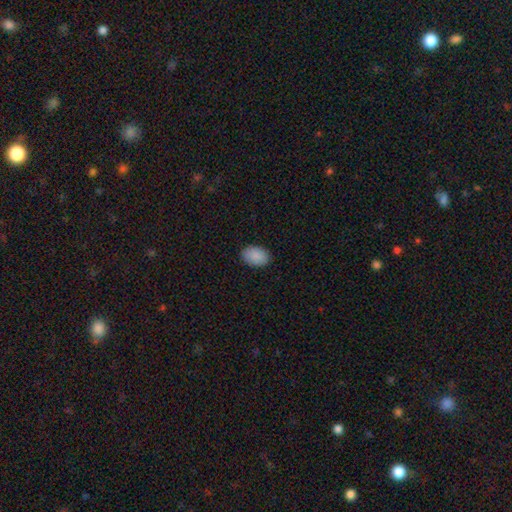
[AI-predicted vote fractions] smooth 90%, star or artifact 7%, featured or disk 3%. Down the decision tree: how rounded — in between (86%); merging — none (89%).